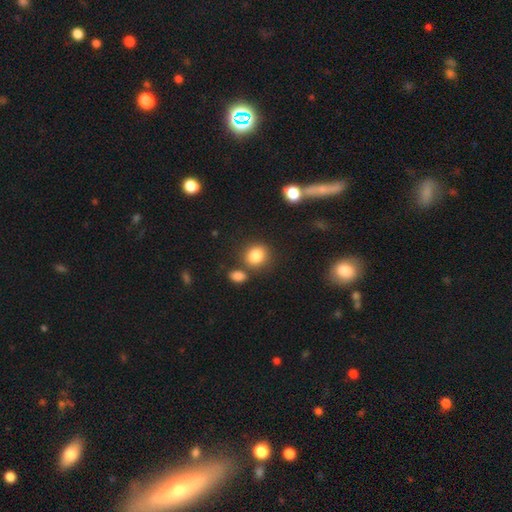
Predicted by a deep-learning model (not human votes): Smooth or featured?
  - smooth: 84% *
  - star or artifact: 10%
  - featured or disk: 6%
How rounded?
  - round: 72% *
  - in between: 27%
  - cigar-shaped: 1%
Merging?
  - none: 70% *
  - merger: 14%
  - minor disturbance: 12%
  - major disturbance: 4%